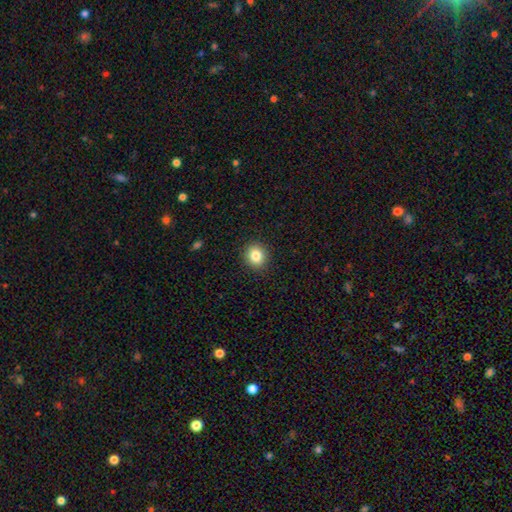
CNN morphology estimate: The model was most divided on "how rounded": round: 82%, in between: 17%, cigar-shaped: 1%. More confident: merging — none (91%); smooth or featured — smooth (84%).